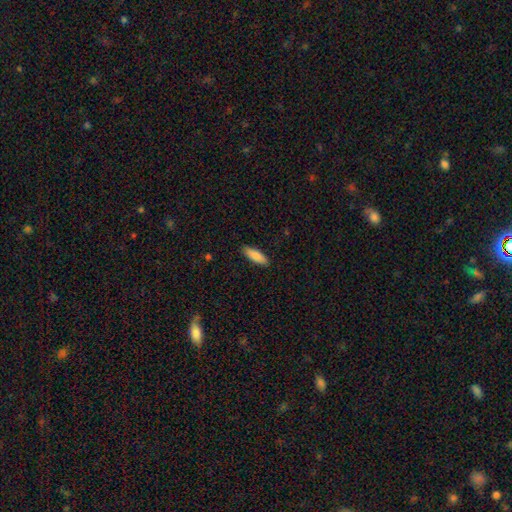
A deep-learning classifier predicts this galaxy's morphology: This appears to be a smooth galaxy with no disk features (85%) that is in between round and cigar-shaped (58%). Merging: none (89%).